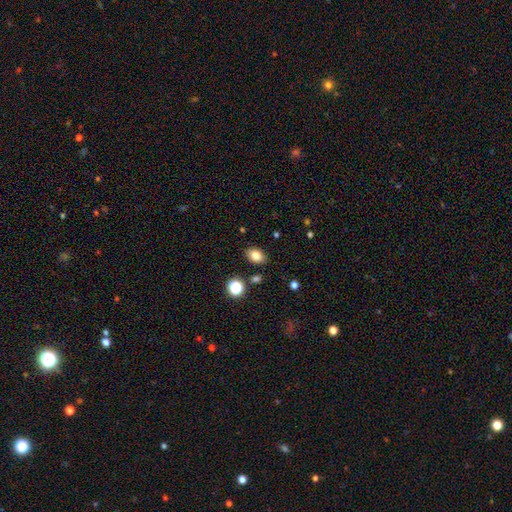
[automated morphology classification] smooth_or_featured: smooth (p=0.82) [alt: star or artifact p=0.11]
how_rounded: in between (p=0.80) [alt: round p=0.19]
merging: none (p=0.86) [alt: minor disturbance p=0.09]